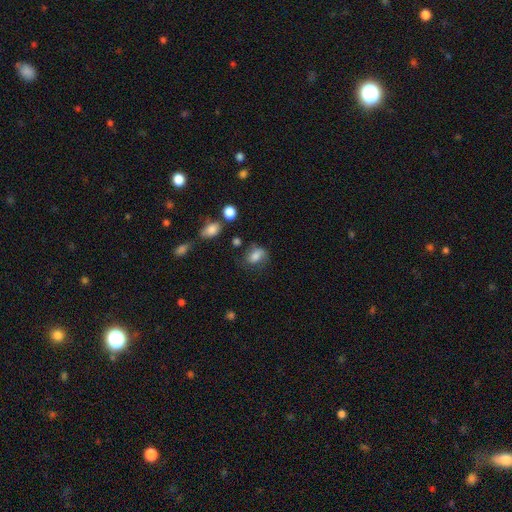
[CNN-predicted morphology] smooth 73%, featured or disk 17%, star or artifact 10%. Down the decision tree: how rounded — in between (74%); merging — none (54%).